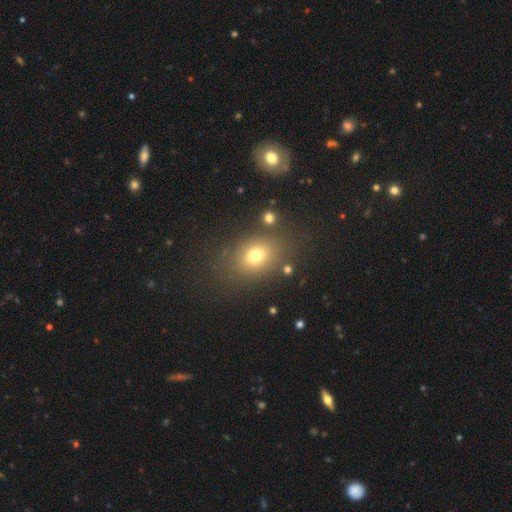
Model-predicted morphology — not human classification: Smooth or featured: smooth — 73% (star or artifact — 16%)
How rounded: in between — 60% (round — 39%)
Merging: none — 79% (minor disturbance — 11%)